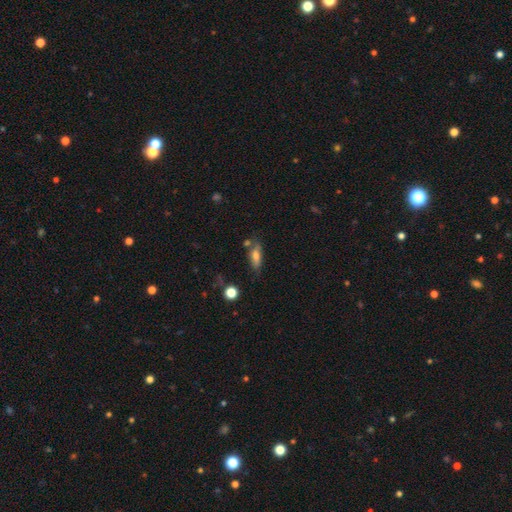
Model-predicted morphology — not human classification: A smooth galaxy with no disk features (68%) that is in between round and cigar-shaped (62%).

Vote fractions:
- Smooth or featured? smooth: 68% / featured or disk: 23% / star or artifact: 9%
- How rounded? in between: 62% / cigar-shaped: 34% / round: 4%
- Merging? none: 63% / minor disturbance: 20% / merger: 11% / major disturbance: 6%